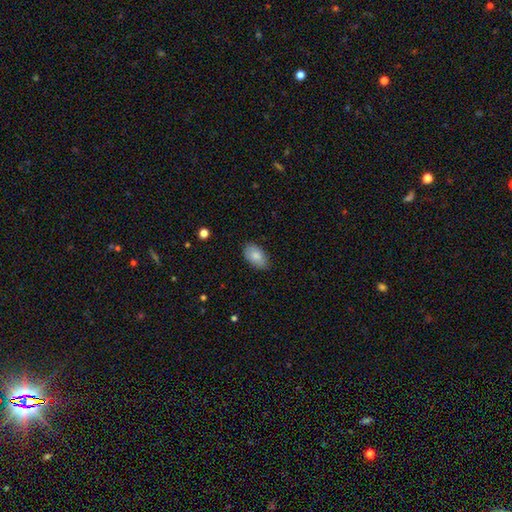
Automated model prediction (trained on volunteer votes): A smooth galaxy with no disk features (83%) that is in between round and cigar-shaped (91%).

Vote fractions:
- Smooth or featured? smooth: 83% / featured or disk: 10% / star or artifact: 6%
- How rounded? in between: 91% / round: 7% / cigar-shaped: 1%
- Merging? none: 82% / minor disturbance: 14% / major disturbance: 3% / merger: 1%